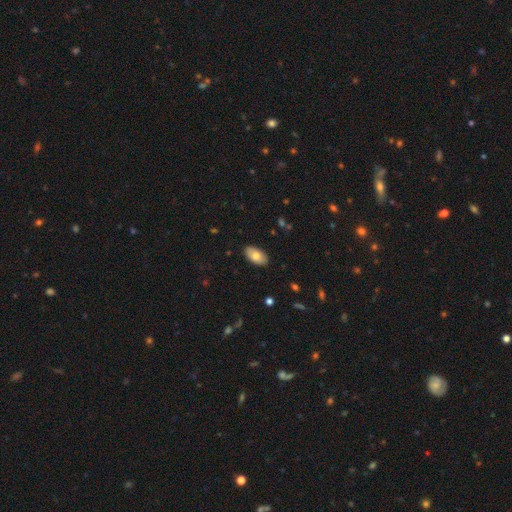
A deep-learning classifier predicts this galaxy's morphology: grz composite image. It shows a smooth galaxy with no disk features (76%) that is in between round and cigar-shaped (95%). Merging: none (88%).